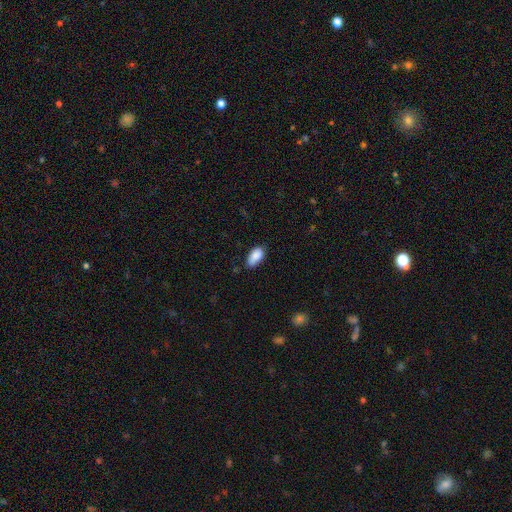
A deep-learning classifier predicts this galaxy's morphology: Smooth or featured: smooth — 88% (star or artifact — 7%)
How rounded: in between — 93% (cigar-shaped — 4%)
Merging: none — 70% (minor disturbance — 25%)